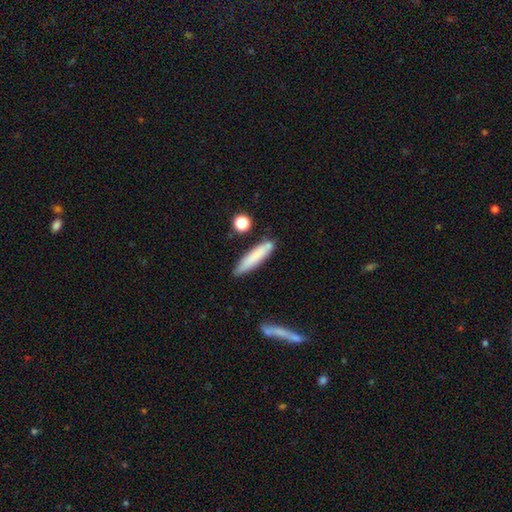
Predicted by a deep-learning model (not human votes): Overall: smooth (77%). How rounded: cigar-shaped (85%). Merging: none (77%).